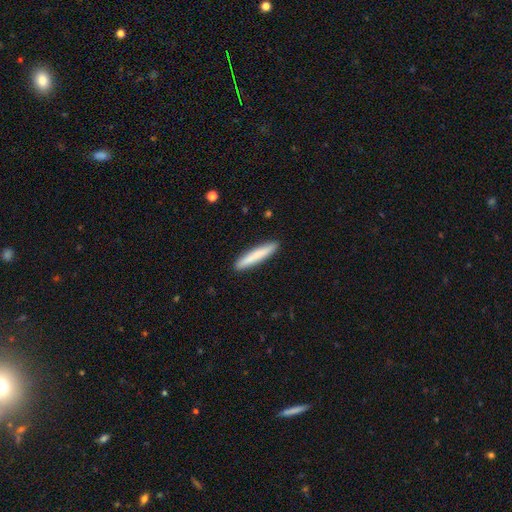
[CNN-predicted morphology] type=smooth (78%); roundness=cigar-shaped (94%); merging=none (91%).